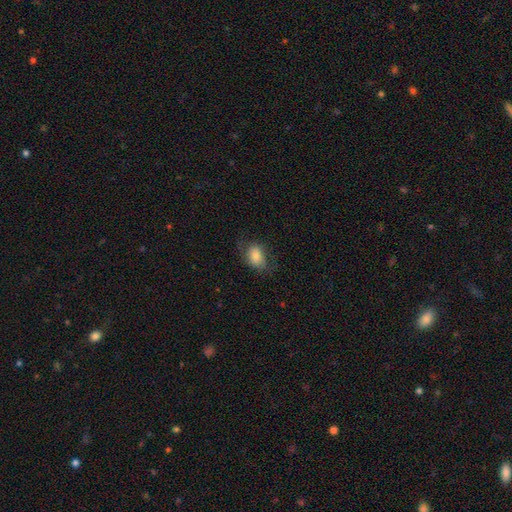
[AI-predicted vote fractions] smooth-or-featured: smooth: 70% | featured or disk: 22% | star or artifact: 8%
  how-rounded: in between: 77% | round: 22% | cigar-shaped: 1%
  merging: none: 59% | minor disturbance: 24% | major disturbance: 17% | merger: 1%